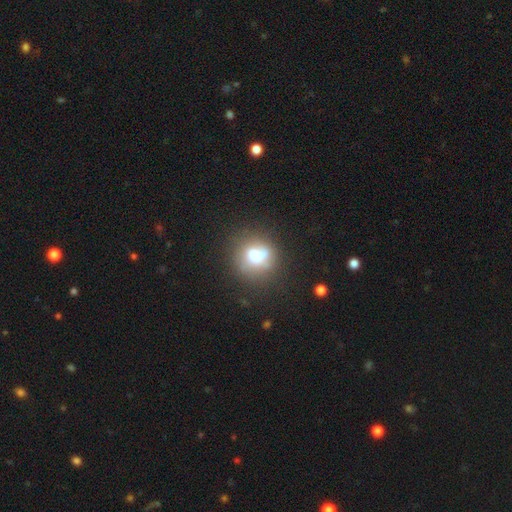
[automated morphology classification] Q: Smooth or featured?
A: smooth (65%); runner-up: featured or disk (22%)
Q: How rounded?
A: round (81%); runner-up: in between (18%)
Q: Merging?
A: none (52%); runner-up: merger (21%)